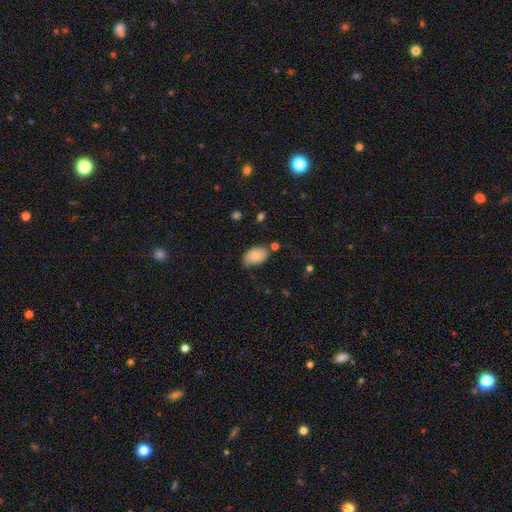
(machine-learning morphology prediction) Smooth or featured: smooth — 81% (featured or disk — 11%)
How rounded: in between — 90% (round — 8%)
Merging: none — 63% (minor disturbance — 27%)